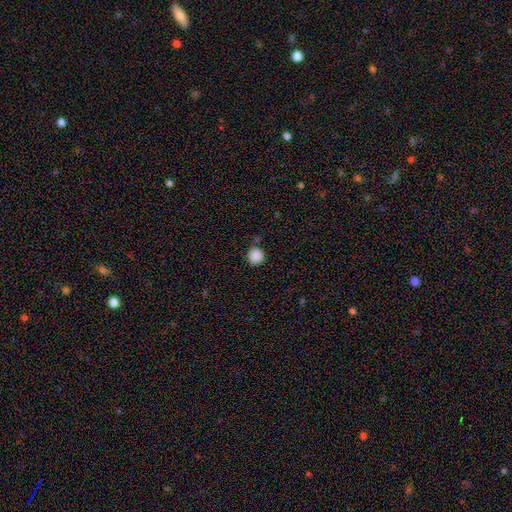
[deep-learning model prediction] Smooth or featured? smooth (87%)
How rounded? round (94%)
Merging? none (80%)